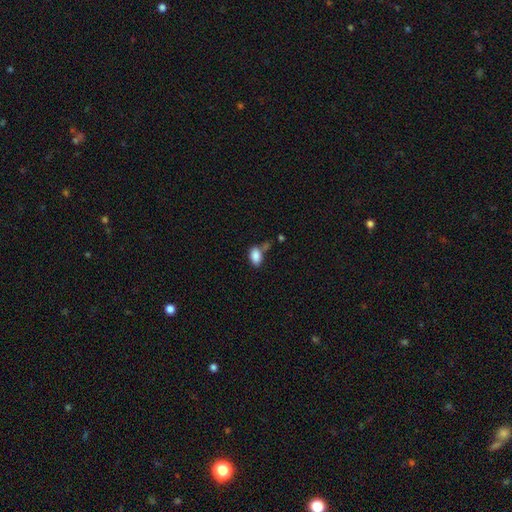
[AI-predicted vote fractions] Smooth or featured? smooth (87%)
How rounded? in between (91%)
Merging? none (54%)